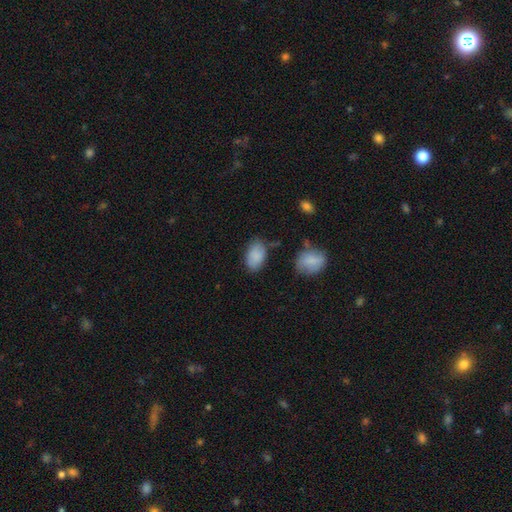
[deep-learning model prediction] This appears to be a smooth galaxy with no disk features (86%) that is in between round and cigar-shaped (92%). Merging: none (72%).